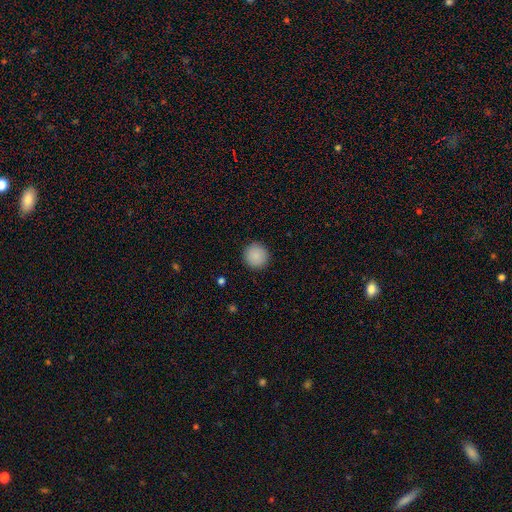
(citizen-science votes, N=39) Morphology: type=smooth (90%); roundness=round (100%); merging=none (100%).